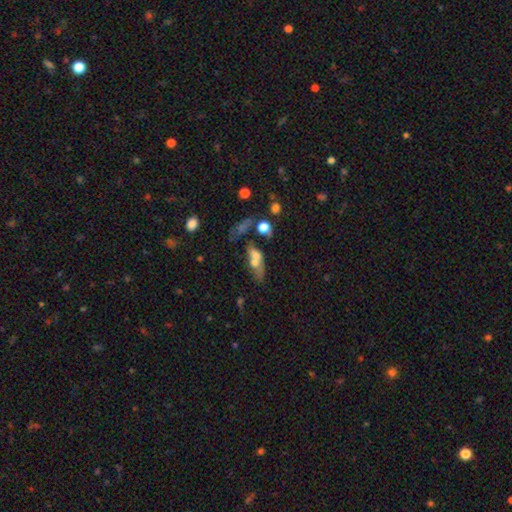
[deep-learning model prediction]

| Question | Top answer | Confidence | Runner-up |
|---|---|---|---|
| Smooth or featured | smooth | 56% | featured or disk (32%) |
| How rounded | in between | 62% | cigar-shaped (24%) |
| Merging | merger | 49% | none (25%) |